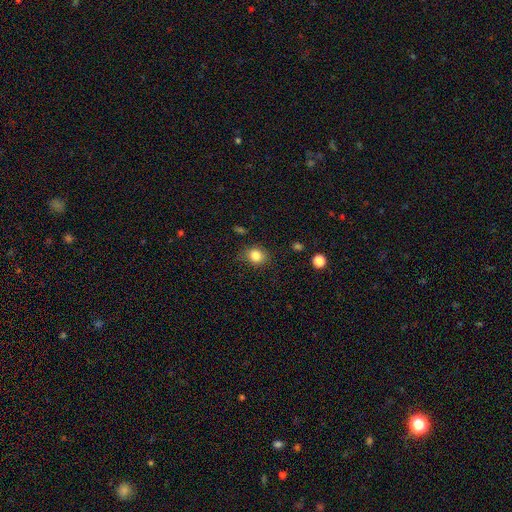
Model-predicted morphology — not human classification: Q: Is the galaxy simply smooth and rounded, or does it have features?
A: smooth — 84%.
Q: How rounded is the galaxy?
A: round — 60%.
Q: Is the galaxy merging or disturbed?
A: none — 76%.